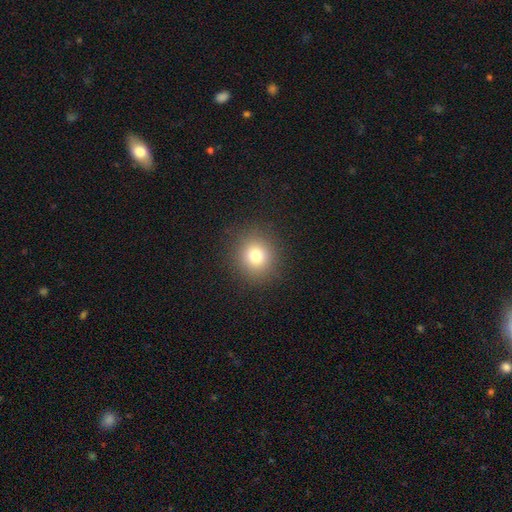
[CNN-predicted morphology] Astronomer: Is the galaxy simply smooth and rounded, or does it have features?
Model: smooth — 77%.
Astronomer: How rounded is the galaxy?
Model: round — 85%.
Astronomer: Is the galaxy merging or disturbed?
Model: none — 90%.